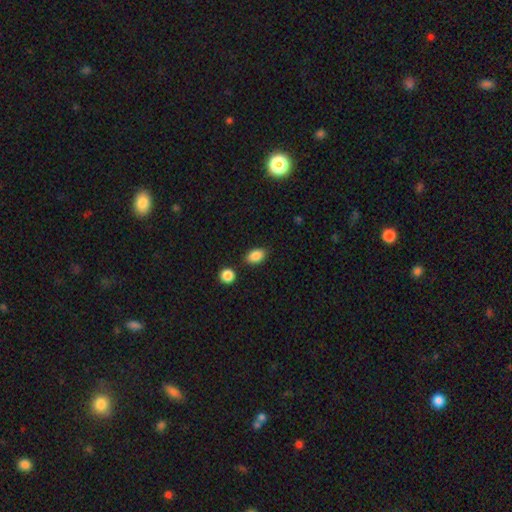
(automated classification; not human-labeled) Morphology: type=smooth (87%); roundness=in between (86%); merging=none (81%).